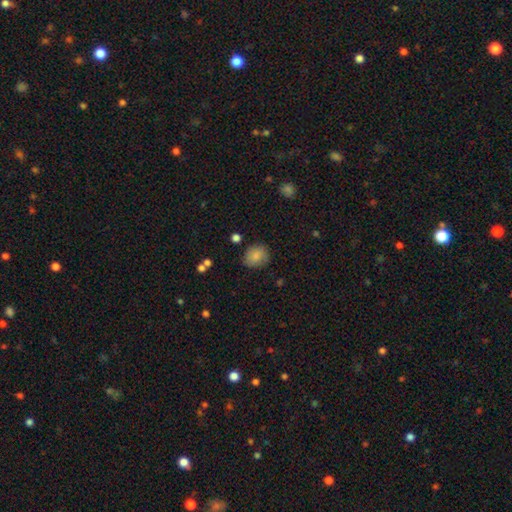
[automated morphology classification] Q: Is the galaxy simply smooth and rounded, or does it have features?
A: smooth — 84%.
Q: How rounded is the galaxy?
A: round — 53%.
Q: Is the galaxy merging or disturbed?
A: none — 78%.